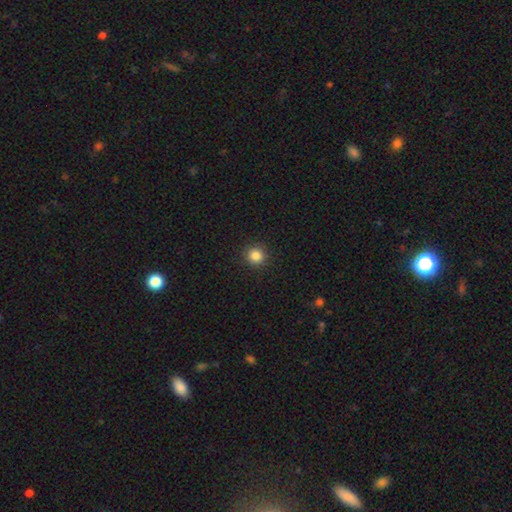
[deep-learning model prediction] A smooth galaxy with no disk features (84%) that is round (93%). Merging: none (91%).